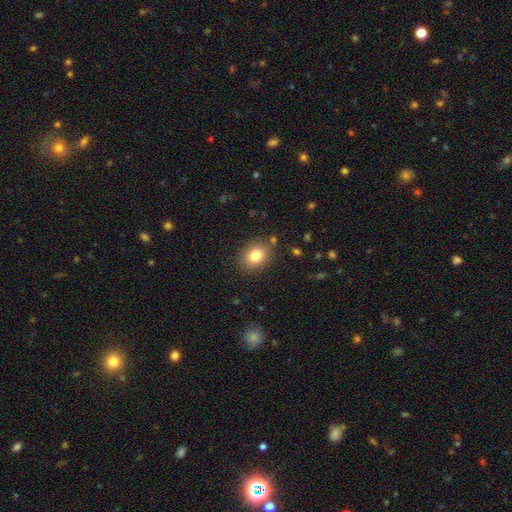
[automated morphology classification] smooth_or_featured: smooth (p=0.81) [alt: star or artifact p=0.10]
how_rounded: in between (p=0.52) [alt: round p=0.47]
merging: none (p=0.84) [alt: minor disturbance p=0.10]